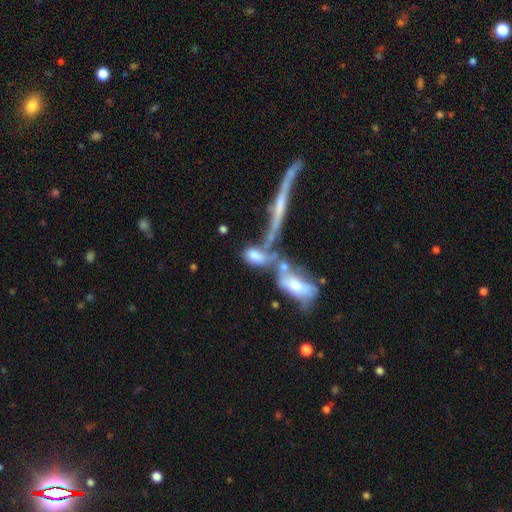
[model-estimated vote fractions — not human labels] A smooth galaxy with no disk features (64%) that is in between round and cigar-shaped (73%).

Vote fractions:
- Smooth or featured? smooth: 64% / featured or disk: 26% / star or artifact: 11%
- How rounded? in between: 73% / cigar-shaped: 19% / round: 8%
- Merging? merger: 48% / none: 28% / minor disturbance: 13% / major disturbance: 11%